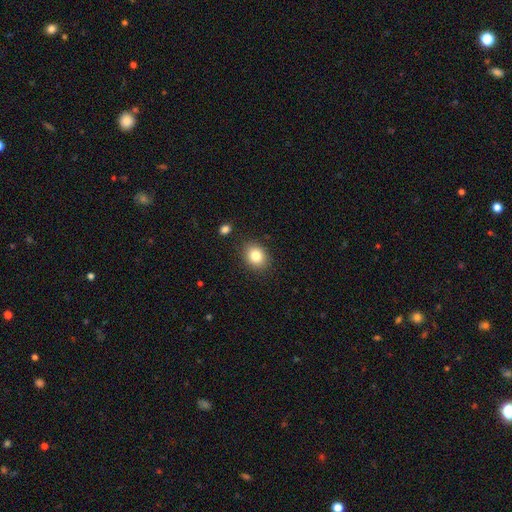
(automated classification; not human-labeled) smooth-or-featured: smooth: 83% | star or artifact: 9% | featured or disk: 7%
  how-rounded: round: 50% | in between: 49% | cigar-shaped: 1%
  merging: none: 87% | minor disturbance: 8% | major disturbance: 2% | merger: 2%